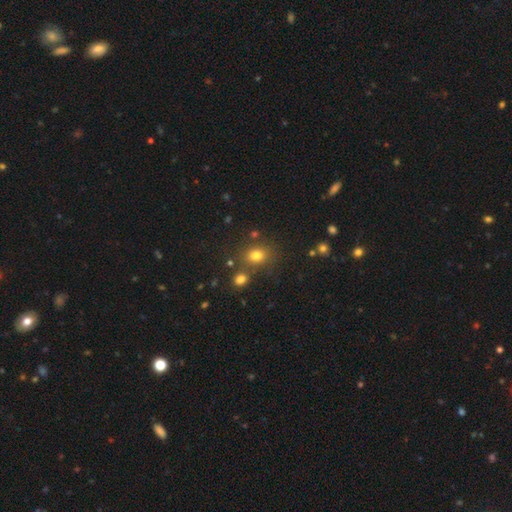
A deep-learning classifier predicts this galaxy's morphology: type=smooth (76%); roundness=round (54%); merging=none (71%).